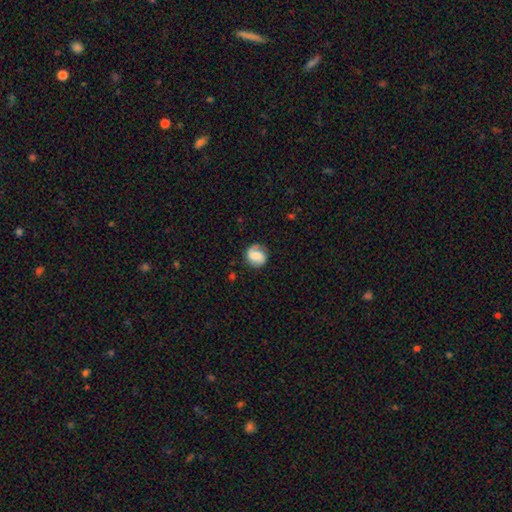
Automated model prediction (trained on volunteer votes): The model was most divided on "bulge size": moderate: 32%, small: 28%, none: 22%, large: 16%, dominant: 3%. Remaining: edge-on disk — no (98%); spiral arms — yes (90%); merging — none (77%); smooth or featured — featured or disk (53%); bar — weak (47%).